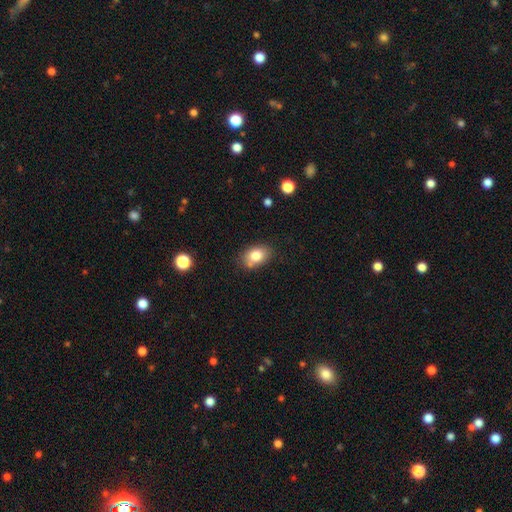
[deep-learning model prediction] Morphology: type=smooth (80%); roundness=in between (81%); merging=none (71%).